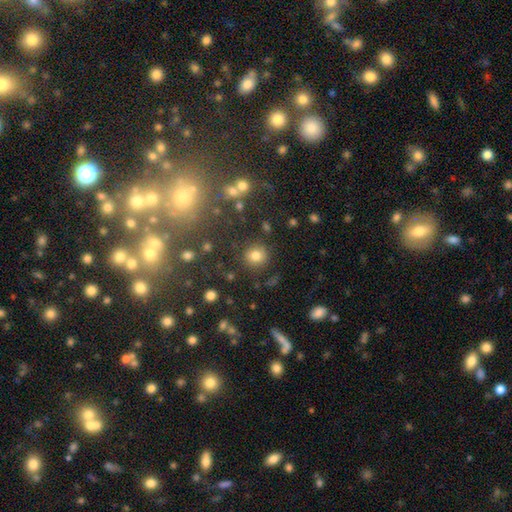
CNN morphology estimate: Overall: smooth (79%). How rounded: round (89%). Merging: none (85%).